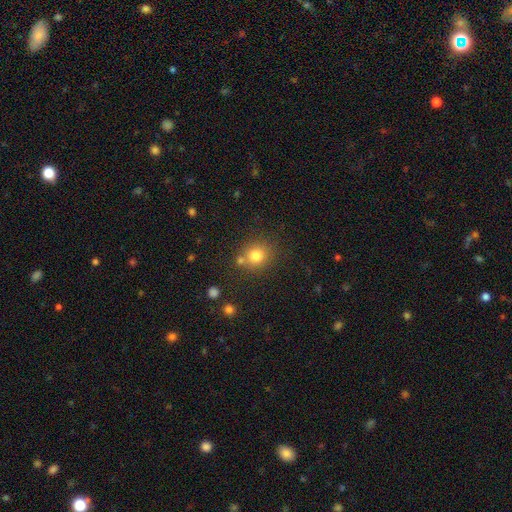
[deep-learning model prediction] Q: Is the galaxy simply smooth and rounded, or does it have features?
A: smooth — 78%.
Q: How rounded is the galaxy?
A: round — 85%.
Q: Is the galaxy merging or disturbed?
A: none — 71%.